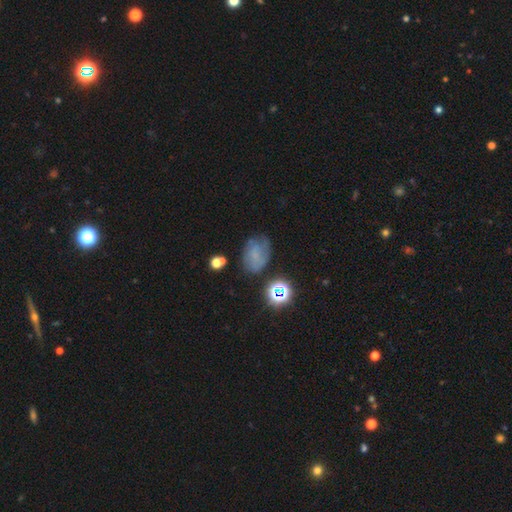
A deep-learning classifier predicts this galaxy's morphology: A smooth galaxy with no disk features (48%). Merging: none (57%).